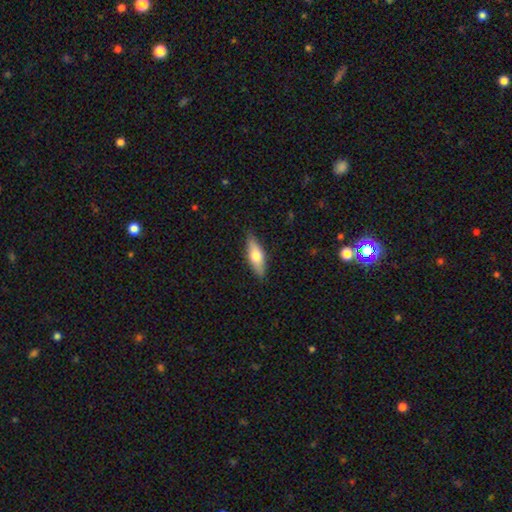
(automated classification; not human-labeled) The model was most divided on "how rounded": in between: 57%, cigar-shaped: 40%, round: 3%. More confident: merging — none (86%); smooth or featured — smooth (61%).